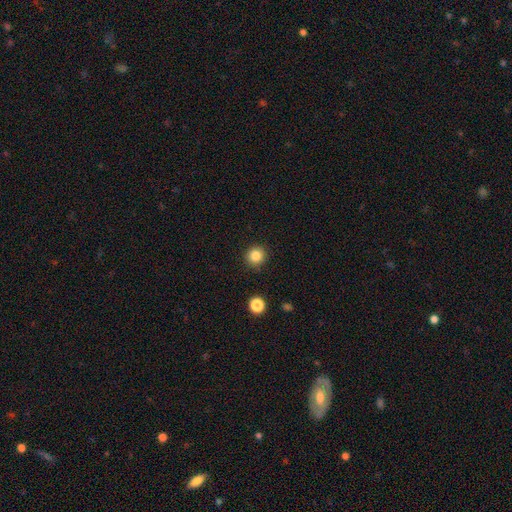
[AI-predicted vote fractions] smooth_or_featured: smooth (p=0.84) [alt: star or artifact p=0.11]
how_rounded: round (p=0.93) [alt: in between p=0.06]
merging: none (p=0.91) [alt: minor disturbance p=0.06]